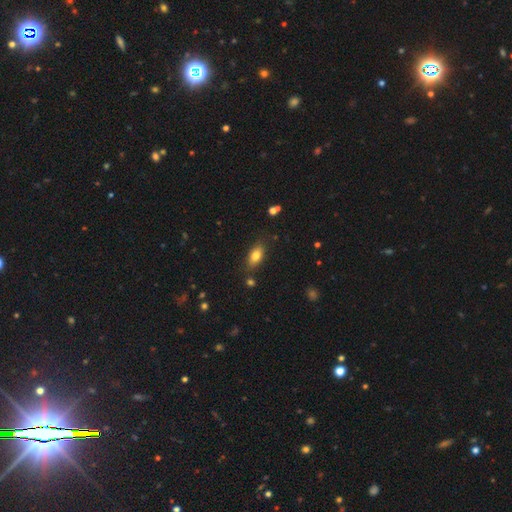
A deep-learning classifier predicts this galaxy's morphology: A smooth galaxy with no disk features (80%) that is in between round and cigar-shaped (86%). Merging: none (81%).